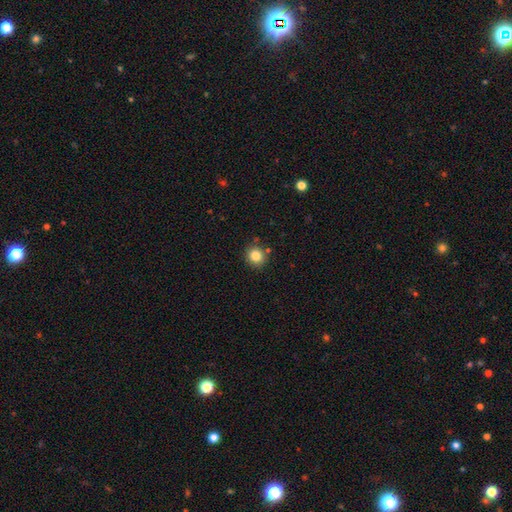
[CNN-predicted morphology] A smooth galaxy with no disk features (84%) that is round (88%).

Vote fractions:
- Smooth or featured? smooth: 84% / star or artifact: 11% / featured or disk: 5%
- How rounded? round: 88% / in between: 11% / cigar-shaped: 1%
- Merging? none: 85% / minor disturbance: 9% / merger: 4% / major disturbance: 2%